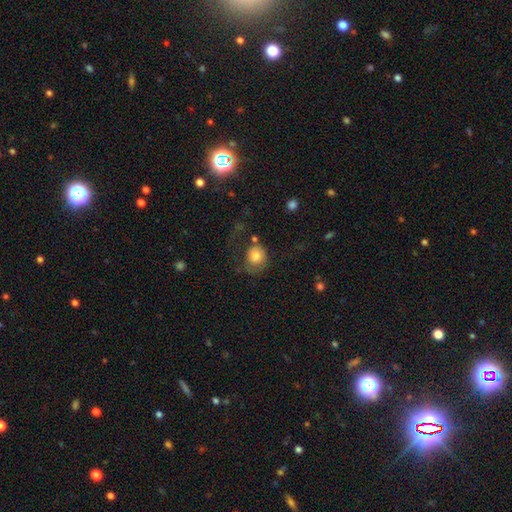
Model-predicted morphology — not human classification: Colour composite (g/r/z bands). It shows a smooth galaxy with no disk features (74%) that is round (70%). Merging: none (40%).